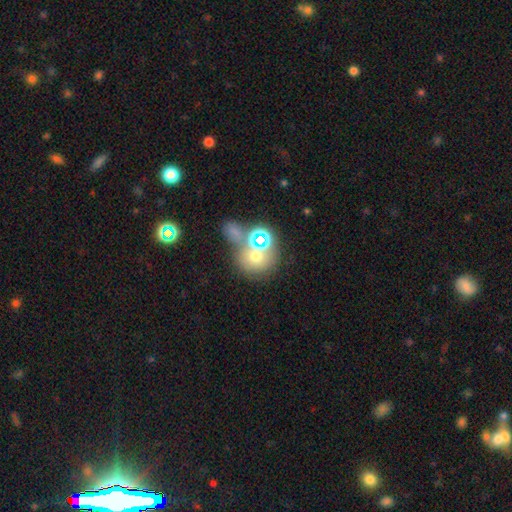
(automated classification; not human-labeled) smooth-or-featured: smooth: 58% | star or artifact: 26% | featured or disk: 16%
  how-rounded: round: 75% | in between: 24% | cigar-shaped: 1%
  merging: none: 43% | merger: 40% | minor disturbance: 10% | major disturbance: 7%